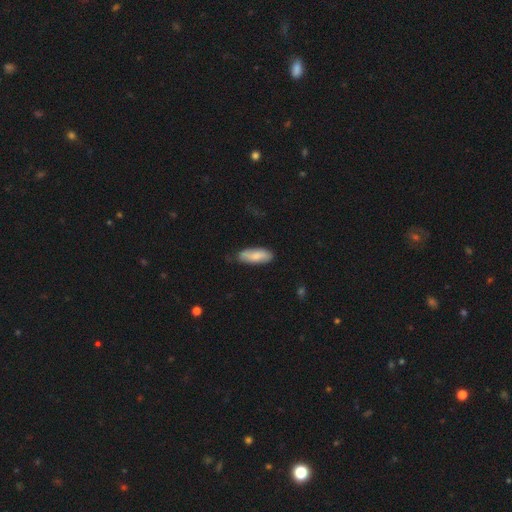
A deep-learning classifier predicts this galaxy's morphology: smooth_or_featured: smooth (p=0.75) [alt: featured or disk p=0.20]
how_rounded: in between (p=0.74) [alt: cigar-shaped p=0.24]
merging: none (p=0.73) [alt: minor disturbance p=0.22]